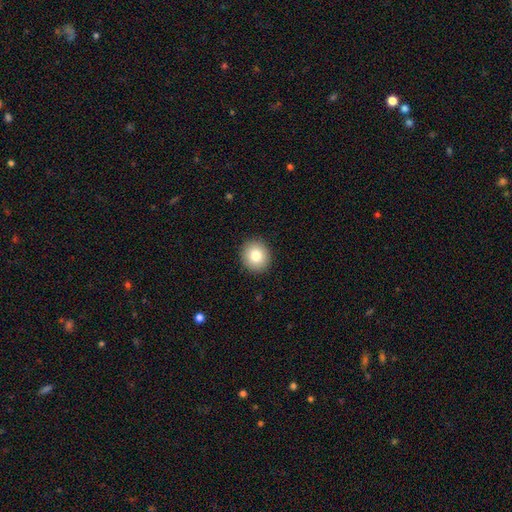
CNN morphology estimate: type=smooth (82%); roundness=round (84%); merging=none (92%).